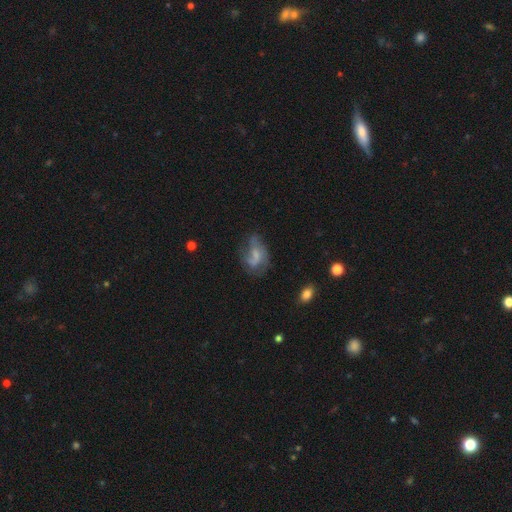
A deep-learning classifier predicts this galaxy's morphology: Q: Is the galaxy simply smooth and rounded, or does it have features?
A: featured or disk — 55%.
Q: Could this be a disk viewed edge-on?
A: no — 97%.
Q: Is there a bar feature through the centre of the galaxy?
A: no — 54%.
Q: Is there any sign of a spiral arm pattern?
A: yes — 67%.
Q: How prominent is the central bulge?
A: none — 41%.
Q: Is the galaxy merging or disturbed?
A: none — 39%.